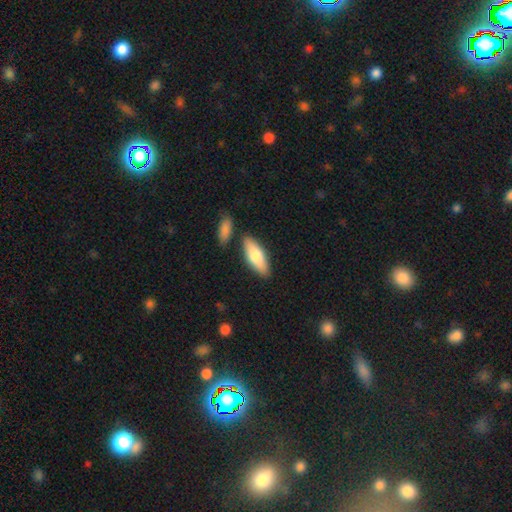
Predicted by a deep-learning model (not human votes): Smooth or featured? smooth (73%)
How rounded? in between (67%)
Merging? none (80%)